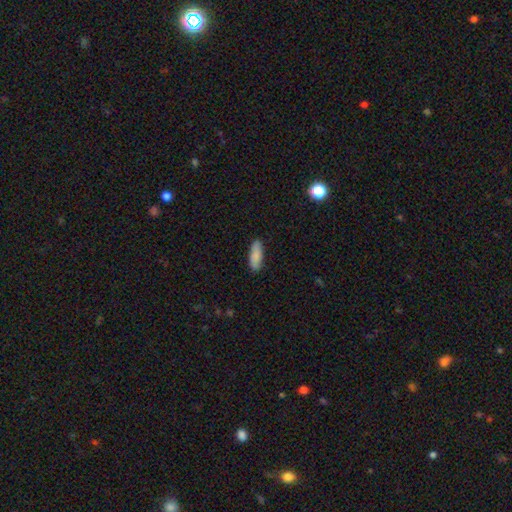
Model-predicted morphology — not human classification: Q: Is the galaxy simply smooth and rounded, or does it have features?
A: smooth — 86%.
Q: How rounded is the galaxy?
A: in between — 61%.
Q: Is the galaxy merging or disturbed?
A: none — 86%.